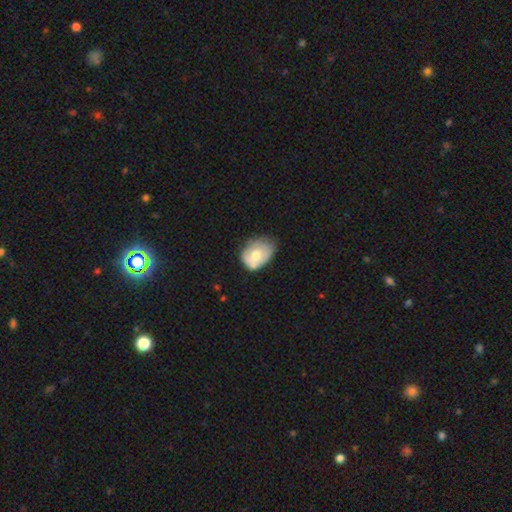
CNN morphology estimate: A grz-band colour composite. It shows a smooth galaxy with no disk features (59%) that is in between round and cigar-shaped (68%). Merging: none (42%).